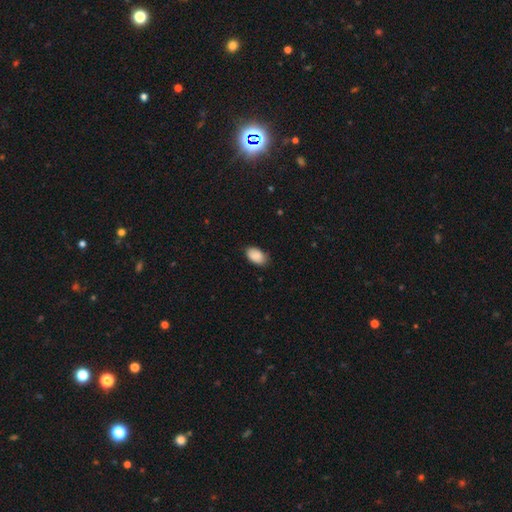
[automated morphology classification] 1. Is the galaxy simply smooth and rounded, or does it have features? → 89% smooth, 7% star or artifact, 4% featured or disk.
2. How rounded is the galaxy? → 92% in between, 7% round, 1% cigar-shaped.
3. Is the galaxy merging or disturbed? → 81% none, 15% minor disturbance, 3% major disturbance, 1% merger.